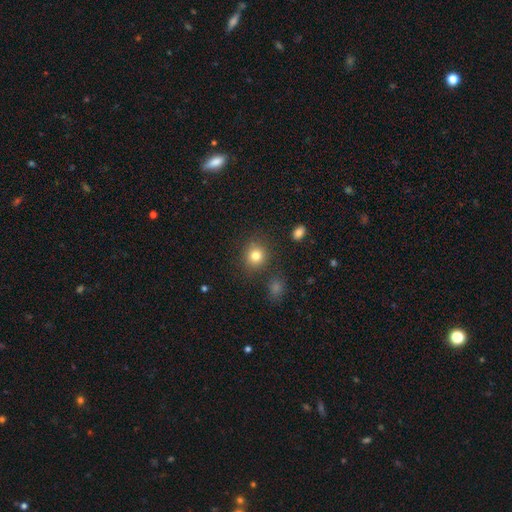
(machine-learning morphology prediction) Q: Smooth or featured?
A: smooth (81%); runner-up: star or artifact (12%)
Q: How rounded?
A: round (85%); runner-up: in between (14%)
Q: Merging?
A: none (84%); runner-up: minor disturbance (9%)